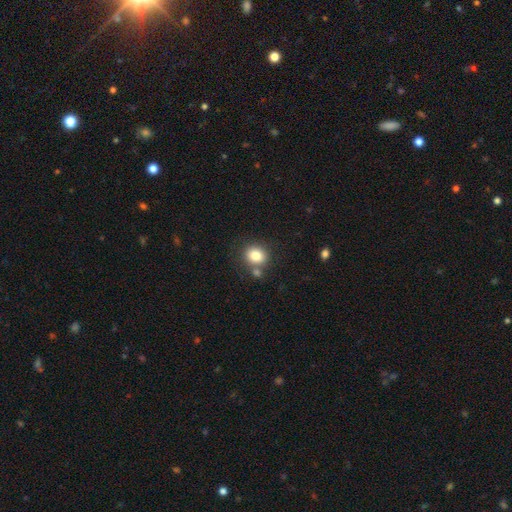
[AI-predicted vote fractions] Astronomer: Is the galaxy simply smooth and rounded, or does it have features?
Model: smooth — 81%.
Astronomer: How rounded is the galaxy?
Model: round — 74%.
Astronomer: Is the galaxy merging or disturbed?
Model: none — 68%.